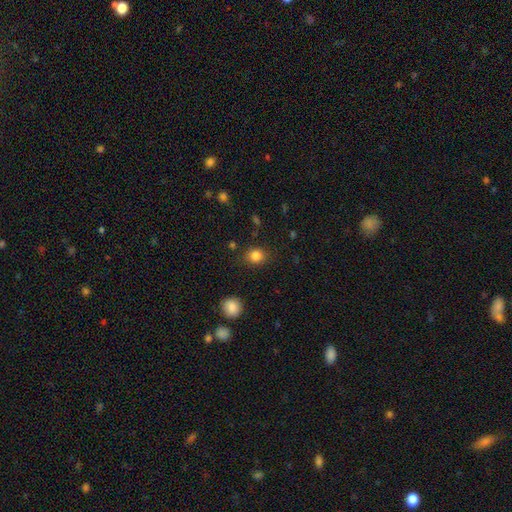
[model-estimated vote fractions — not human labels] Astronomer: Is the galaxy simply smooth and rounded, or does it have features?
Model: smooth — 83%.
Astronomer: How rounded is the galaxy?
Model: round — 73%.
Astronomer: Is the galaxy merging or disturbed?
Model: none — 85%.